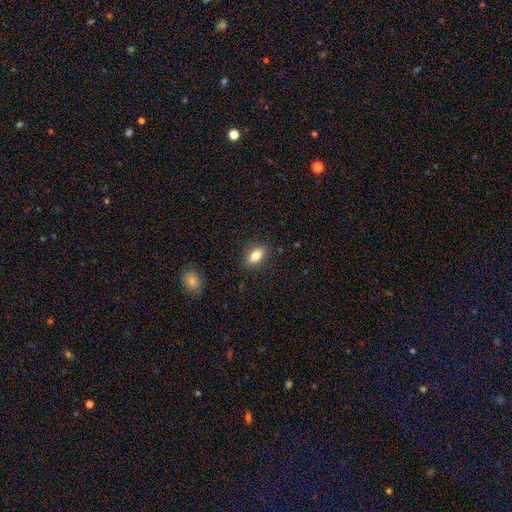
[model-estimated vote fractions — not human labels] Morphology: type=smooth (75%); roundness=in between (81%); merging=none (87%).